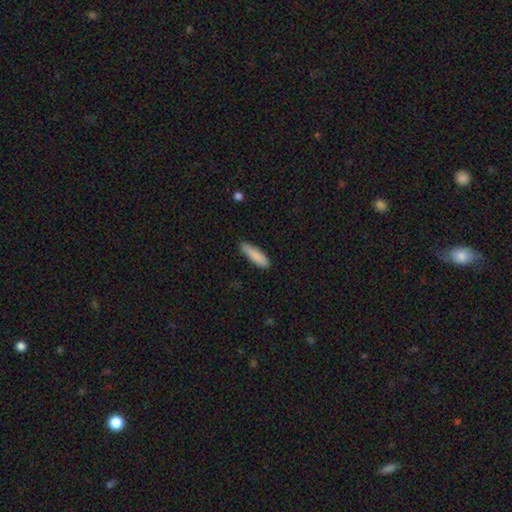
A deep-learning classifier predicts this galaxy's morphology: A smooth galaxy with no disk features (87%) that is cigar-shaped (62%). Merging: none (84%).